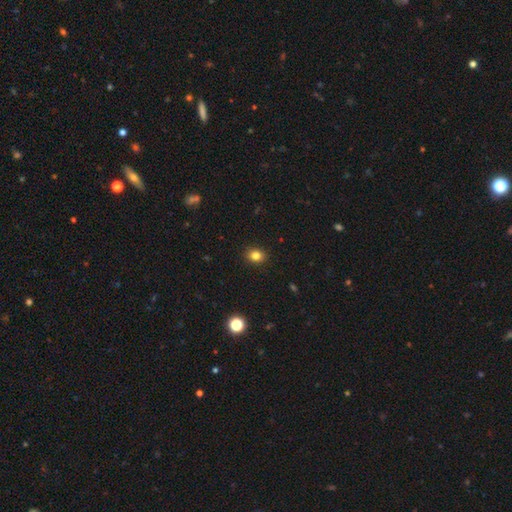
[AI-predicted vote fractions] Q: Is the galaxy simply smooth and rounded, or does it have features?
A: smooth — 83%.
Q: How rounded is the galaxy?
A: round — 60%.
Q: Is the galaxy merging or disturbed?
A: none — 90%.